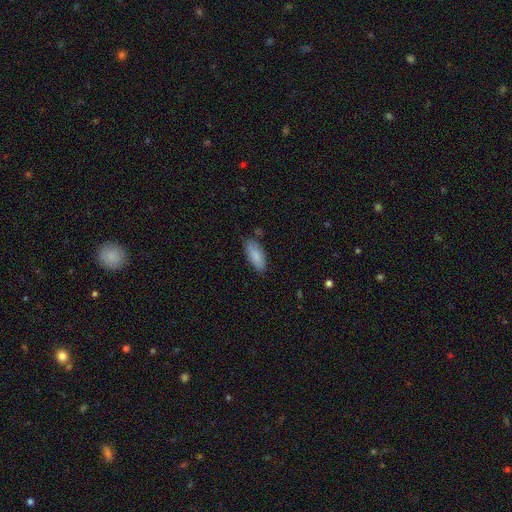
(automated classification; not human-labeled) The model was most divided on "how rounded": in between: 82%, cigar-shaped: 16%, round: 2%. More confident: smooth or featured — smooth (87%); merging — none (80%).